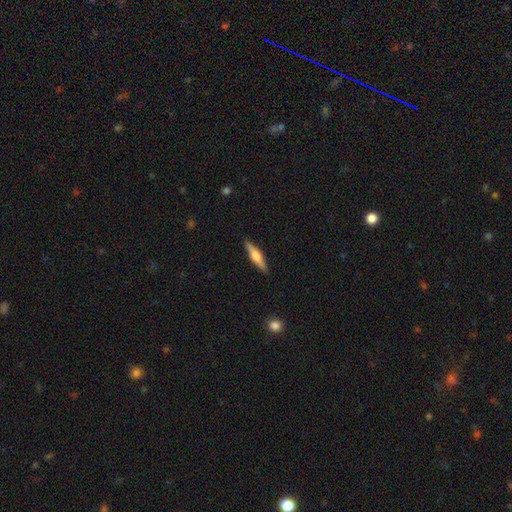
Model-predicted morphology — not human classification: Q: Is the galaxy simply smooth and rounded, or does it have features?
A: featured or disk — 52%.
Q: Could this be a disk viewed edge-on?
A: yes — 96%.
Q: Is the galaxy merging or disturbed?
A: none — 90%.